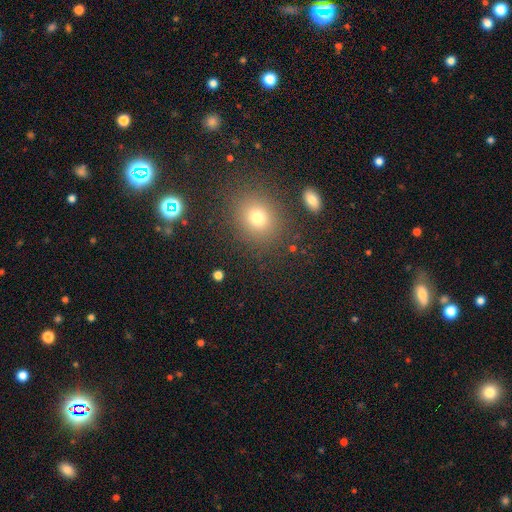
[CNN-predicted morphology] type=smooth (58%); roundness=round (76%); merging=none (87%).